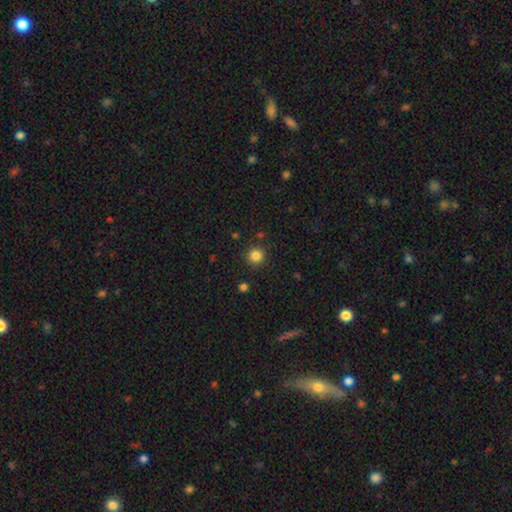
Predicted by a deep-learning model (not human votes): Smooth or featured?
  - smooth: 84% *
  - star or artifact: 12%
  - featured or disk: 4%
How rounded?
  - round: 94% *
  - in between: 5%
  - cigar-shaped: 1%
Merging?
  - none: 89% *
  - minor disturbance: 6%
  - major disturbance: 2%
  - merger: 2%